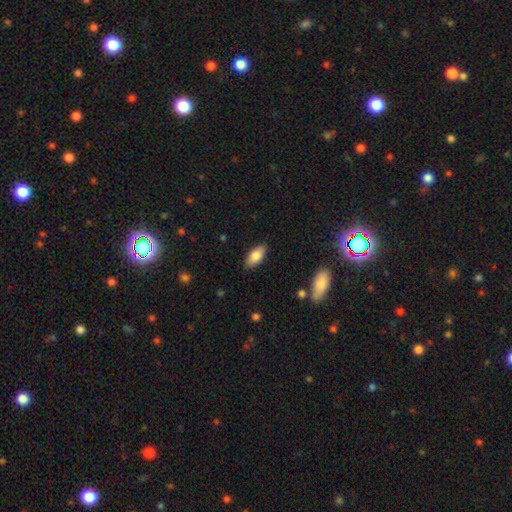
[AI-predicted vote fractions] Morphology: type=smooth (82%); roundness=in between (89%); merging=none (85%).